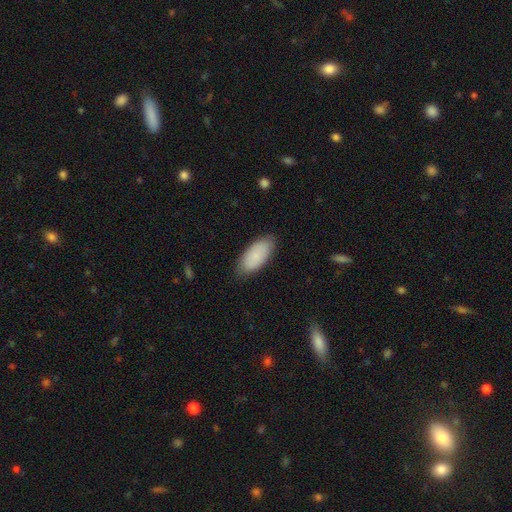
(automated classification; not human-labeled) Smooth or featured? Predicted: smooth (p=0.85). How rounded? Predicted: in between (p=0.91). Merging? Predicted: none (p=0.82).